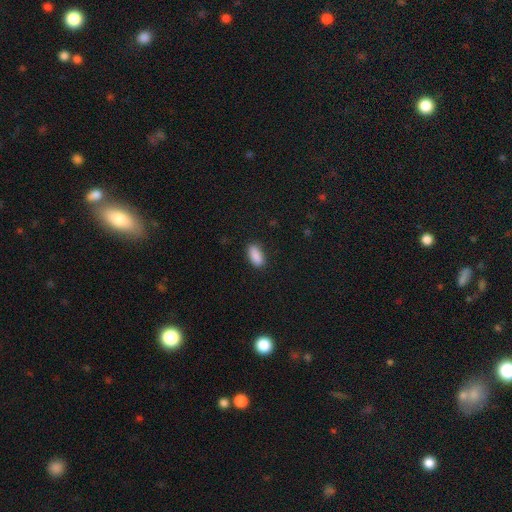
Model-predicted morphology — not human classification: A smooth galaxy with no disk features (90%) that is in between round and cigar-shaped (88%). Merging: none (87%).